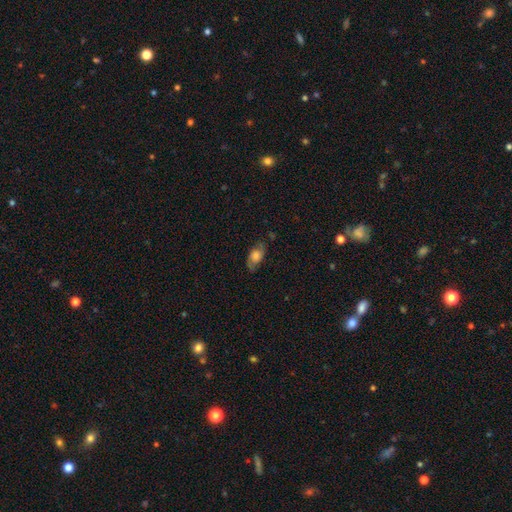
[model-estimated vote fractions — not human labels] Q: Smooth or featured?
A: featured or disk (47%); runner-up: smooth (44%)
Q: Merging?
A: none (73%); runner-up: minor disturbance (19%)